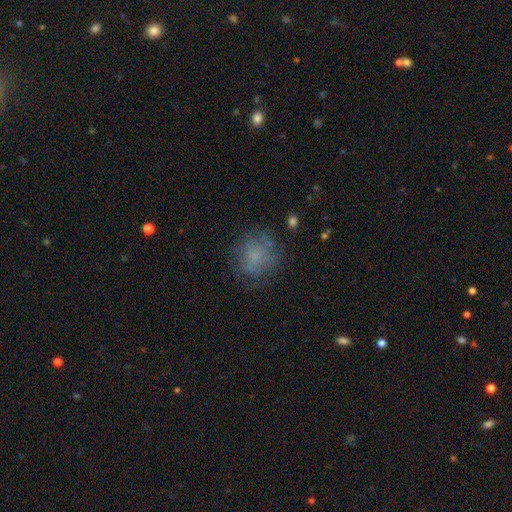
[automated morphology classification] Smooth or featured? smooth (63%)
How rounded? round (83%)
Merging? none (68%)